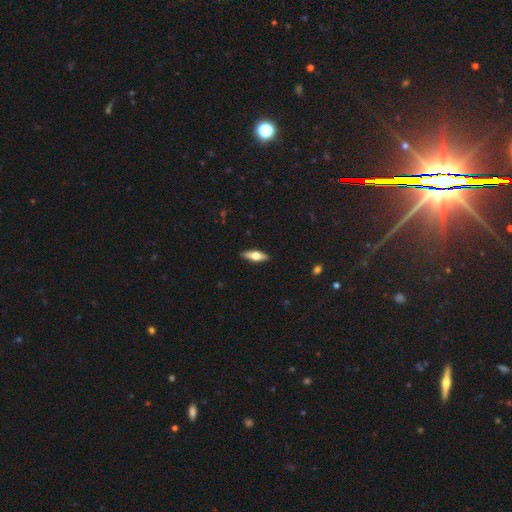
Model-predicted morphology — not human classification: Overall: smooth (54%; featured or disk 41%). How rounded: in between (58%; cigar-shaped 40%). Merging: none (89%).